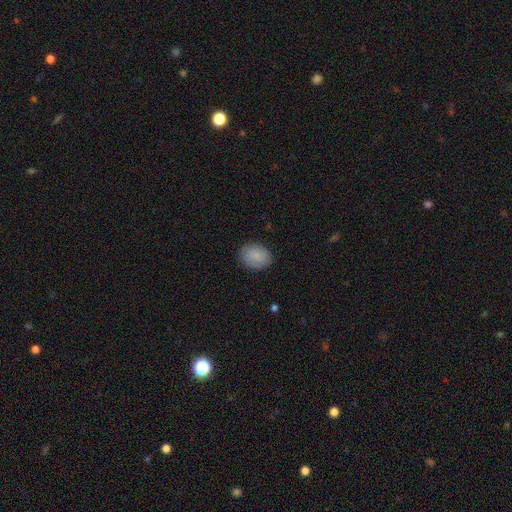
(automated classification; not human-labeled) smooth 83%, featured or disk 10%, star or artifact 7%. Down the decision tree: how rounded — in between (50%); merging — none (85%).